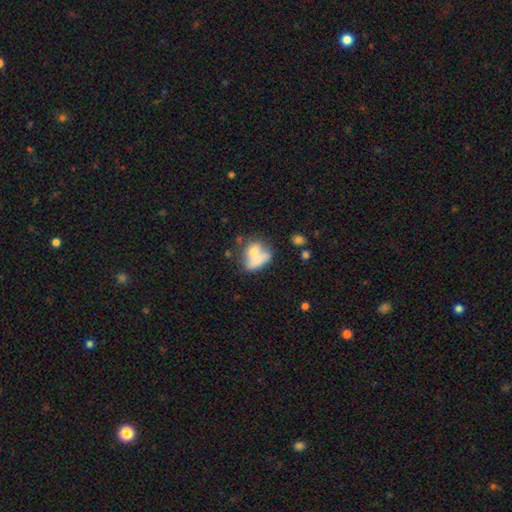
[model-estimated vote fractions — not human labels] This is likely a smooth galaxy (66%). How rounded: likely in between (66%). Merging: possibly merger (47%).